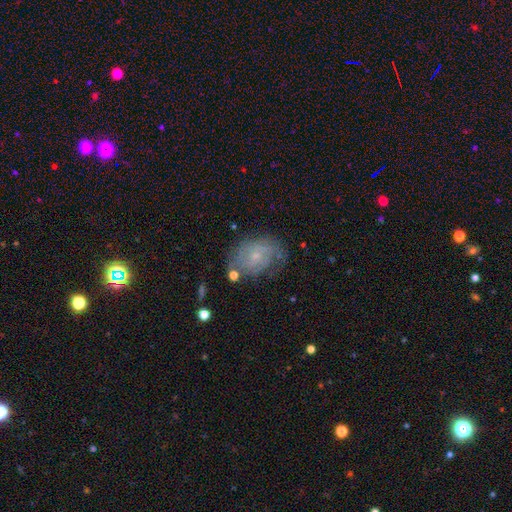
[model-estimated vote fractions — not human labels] Smooth or featured: featured or disk — 63% (smooth — 28%)
Edge-on disk: no — 97% (yes — 3%)
Bar: no — 70% (weak — 26%)
Spiral arms: yes — 81% (no — 19%)
Bulge size: small — 73% (moderate — 19%)
Merging: none — 60% (minor disturbance — 24%)